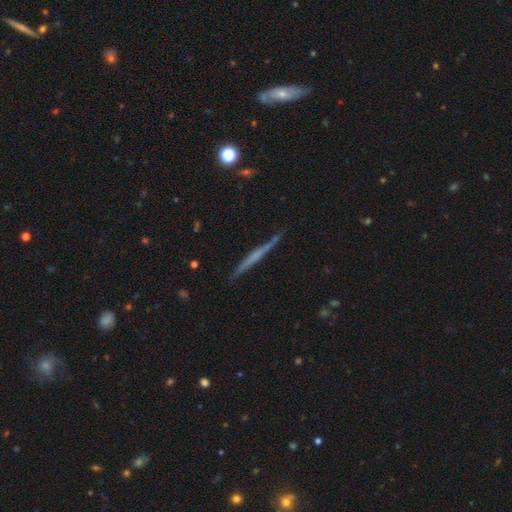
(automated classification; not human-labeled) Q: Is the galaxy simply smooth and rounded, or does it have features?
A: featured or disk — 63%.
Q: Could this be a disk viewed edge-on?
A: yes — 97%.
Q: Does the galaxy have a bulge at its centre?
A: none — 73%.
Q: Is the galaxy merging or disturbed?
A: none — 89%.